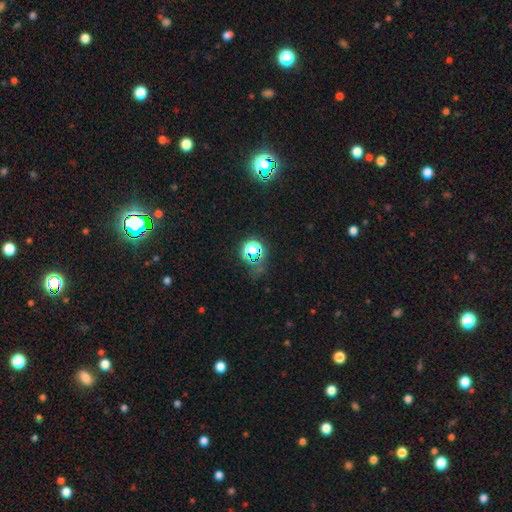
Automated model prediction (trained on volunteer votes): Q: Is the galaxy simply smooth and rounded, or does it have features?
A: star or artifact — 71%.